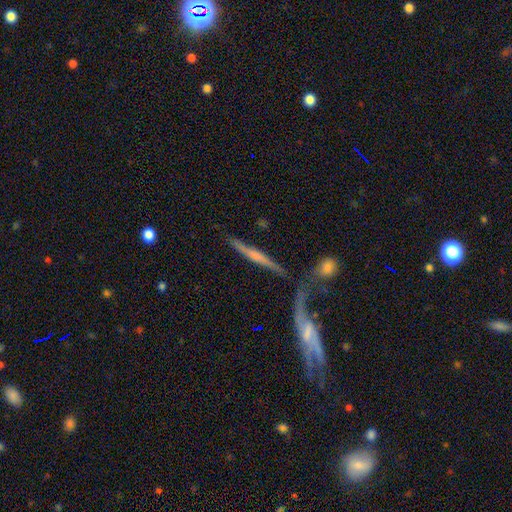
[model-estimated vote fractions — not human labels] Smooth or featured? featured or disk (61%)
Edge-on disk? yes (87%)
Edge-on bulge? none (45%)
Merging? none (55%)